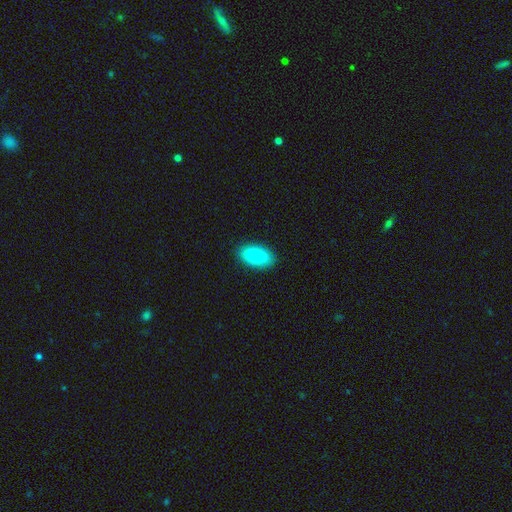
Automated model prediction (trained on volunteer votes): This appears to be a smooth galaxy with no disk features (85%) that is in between round and cigar-shaped (94%). Merging: none (89%).